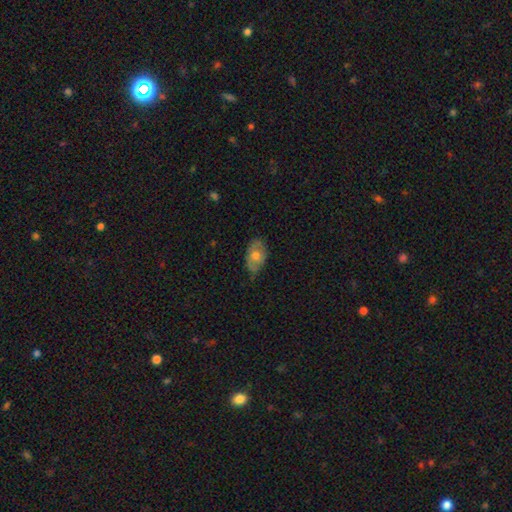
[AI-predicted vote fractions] Overall: smooth (58%; featured or disk 35%). How rounded: in between (88%). Merging: none (71%).